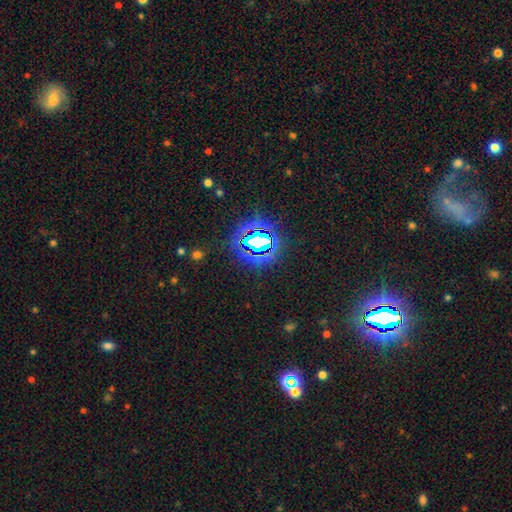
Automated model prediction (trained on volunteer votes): star or artifact 79%, smooth 13%, featured or disk 8%.